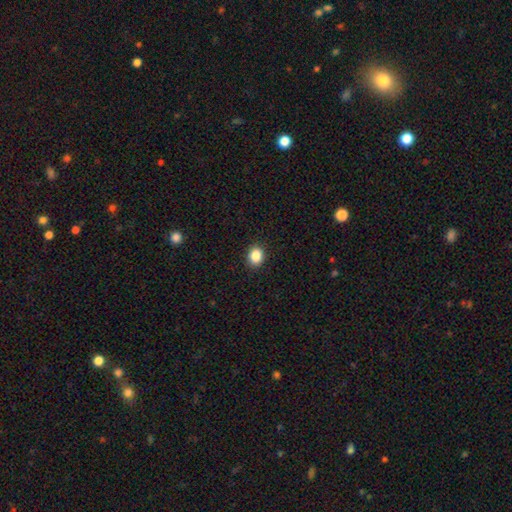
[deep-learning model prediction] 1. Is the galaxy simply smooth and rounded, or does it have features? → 86% smooth, 10% star or artifact, 4% featured or disk.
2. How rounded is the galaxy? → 58% round, 41% in between, 1% cigar-shaped.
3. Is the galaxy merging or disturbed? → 91% none, 6% minor disturbance, 2% major disturbance, 1% merger.